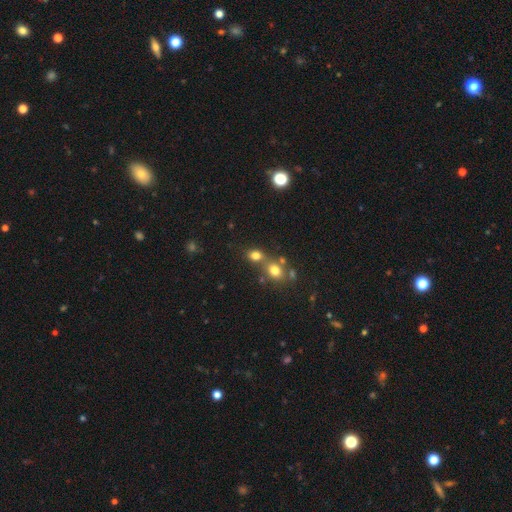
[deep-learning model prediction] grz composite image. It shows a smooth galaxy with no disk features (75%) that is round (53%). Merging: none (45%).